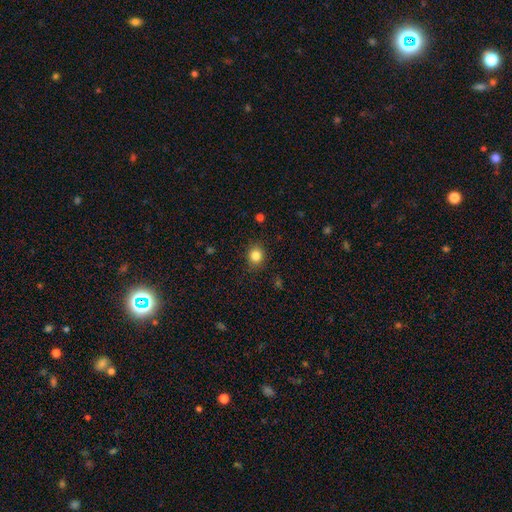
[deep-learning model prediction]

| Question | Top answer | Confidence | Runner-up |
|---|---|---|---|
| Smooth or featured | smooth | 84% | star or artifact (11%) |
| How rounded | round | 75% | in between (24%) |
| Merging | none | 88% | minor disturbance (9%) |